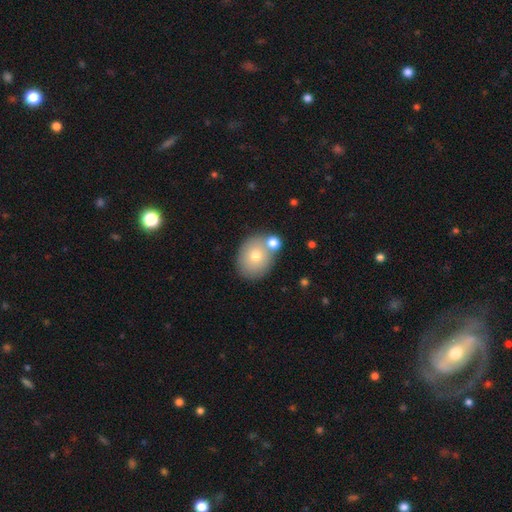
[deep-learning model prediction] smooth 73%, featured or disk 18%, star or artifact 9%. Down the decision tree: how rounded — round (57%); merging — none (64%).